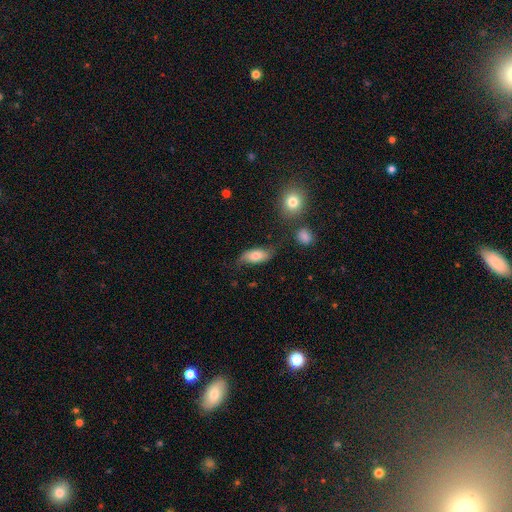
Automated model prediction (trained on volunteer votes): smooth_or_featured: smooth (p=0.68) [alt: featured or disk p=0.24]
how_rounded: in between (p=0.85) [alt: cigar-shaped p=0.11]
merging: none (p=0.58) [alt: minor disturbance p=0.27]